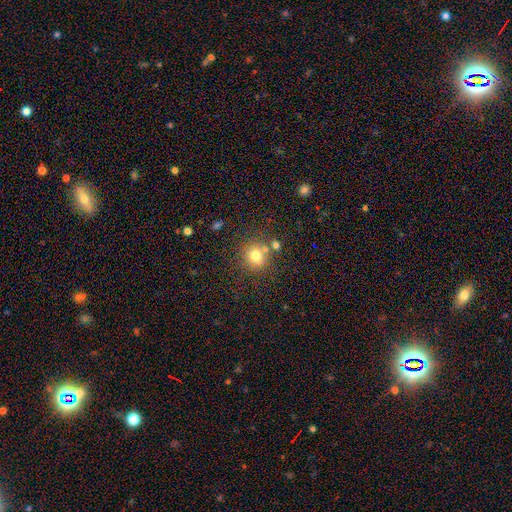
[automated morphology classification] Smooth or featured? smooth (75%)
How rounded? round (88%)
Merging? none (69%)